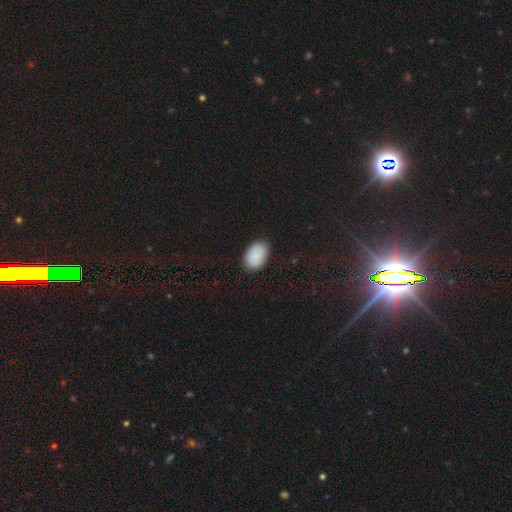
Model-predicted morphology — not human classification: Smooth or featured?
  - smooth: 88% *
  - star or artifact: 7%
  - featured or disk: 5%
How rounded?
  - in between: 88% *
  - round: 11%
  - cigar-shaped: 1%
Merging?
  - none: 86% *
  - minor disturbance: 11%
  - major disturbance: 2%
  - merger: 1%